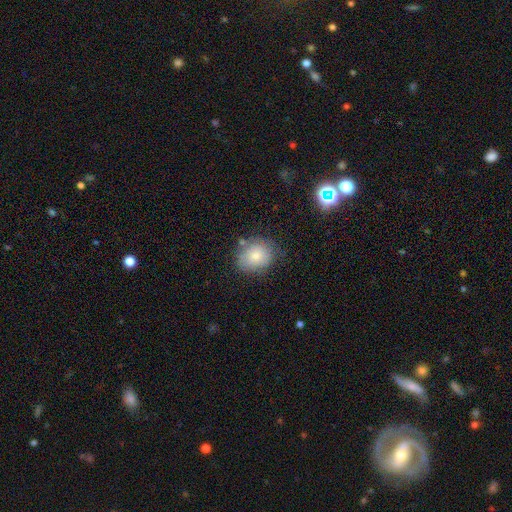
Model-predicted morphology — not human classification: smooth_or_featured: smooth (p=0.79) [alt: featured or disk p=0.12]
how_rounded: round (p=0.65) [alt: in between p=0.34]
merging: none (p=0.70) [alt: minor disturbance p=0.20]